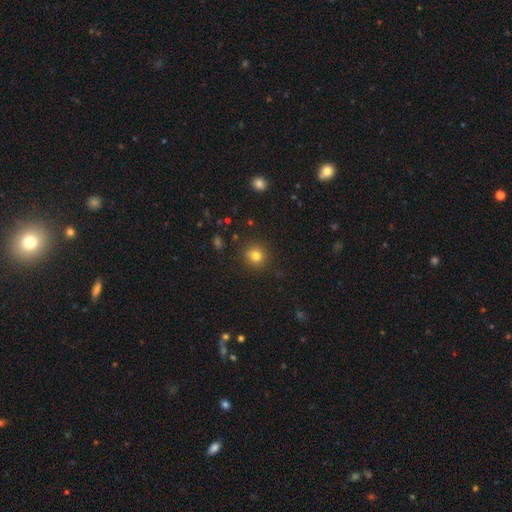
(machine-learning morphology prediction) Smooth or featured?
  - smooth: 80% *
  - star or artifact: 13%
  - featured or disk: 7%
How rounded?
  - round: 90% *
  - in between: 9%
  - cigar-shaped: 1%
Merging?
  - none: 88% *
  - minor disturbance: 8%
  - major disturbance: 2%
  - merger: 2%